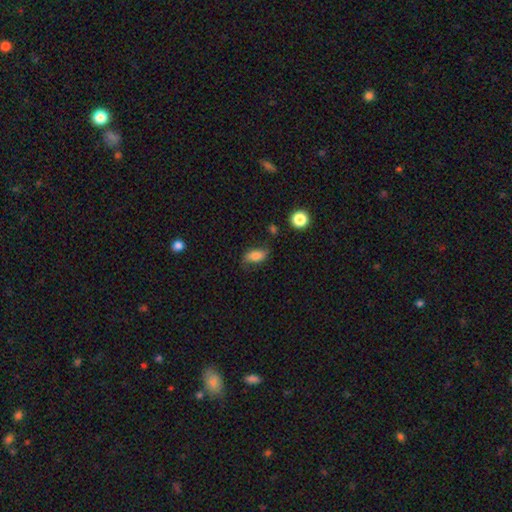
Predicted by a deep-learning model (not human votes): Q: Smooth or featured?
A: smooth (71%); runner-up: featured or disk (19%)
Q: How rounded?
A: in between (84%); runner-up: cigar-shaped (8%)
Q: Merging?
A: none (65%); runner-up: minor disturbance (24%)